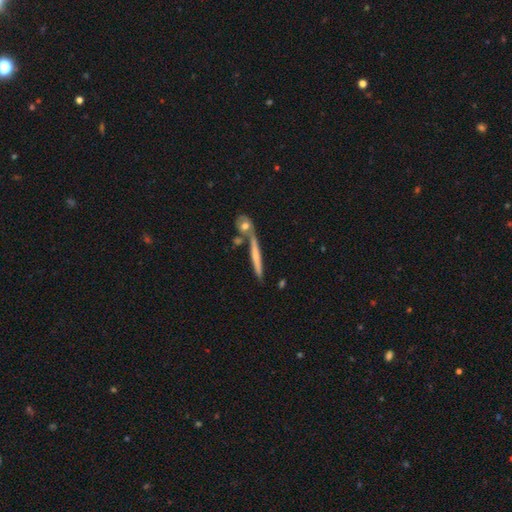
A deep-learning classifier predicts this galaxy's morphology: Overall: featured or disk (54%; smooth 39%). Edge-on disk: yes (92%). Merging: none (66%).